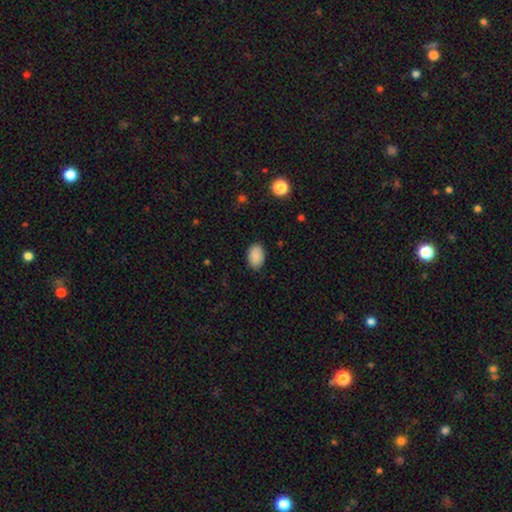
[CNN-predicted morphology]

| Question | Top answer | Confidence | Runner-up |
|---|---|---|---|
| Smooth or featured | smooth | 89% | star or artifact (7%) |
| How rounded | in between | 87% | round (12%) |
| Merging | none | 85% | minor disturbance (12%) |